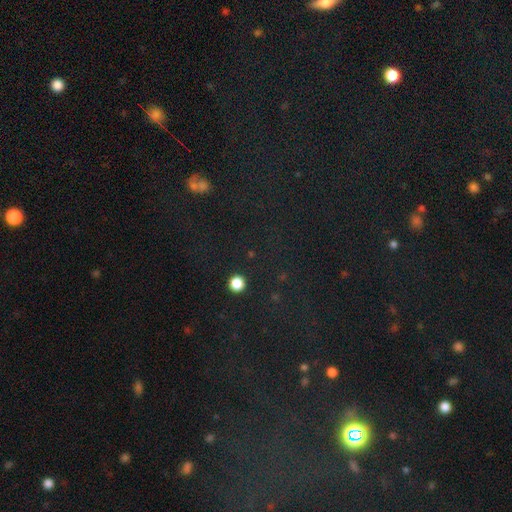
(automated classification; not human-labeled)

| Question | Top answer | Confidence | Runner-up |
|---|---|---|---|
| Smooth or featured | star or artifact | 74% | smooth (16%) |